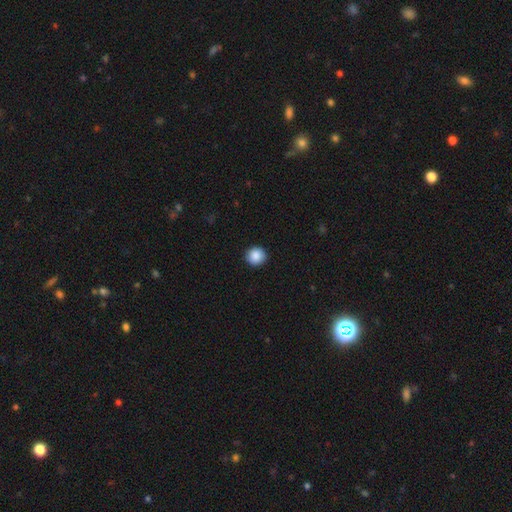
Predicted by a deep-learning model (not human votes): Smooth or featured?
  - smooth: 88% *
  - star or artifact: 9%
  - featured or disk: 3%
How rounded?
  - round: 92% *
  - in between: 7%
  - cigar-shaped: 1%
Merging?
  - none: 92% *
  - minor disturbance: 5%
  - major disturbance: 2%
  - merger: 1%